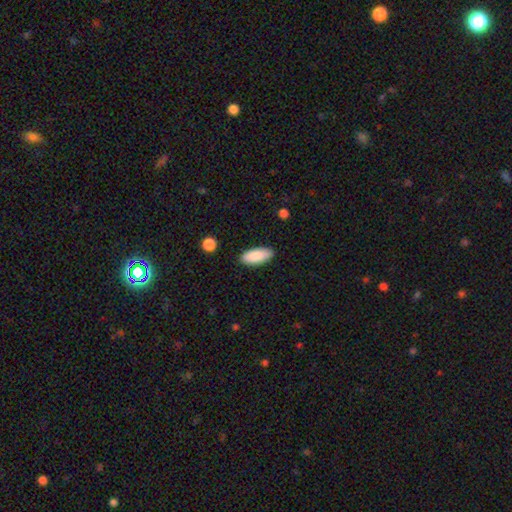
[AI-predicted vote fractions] A smooth galaxy with no disk features (88%) that is in between round and cigar-shaped (83%).

Vote fractions:
- Smooth or featured? smooth: 88% / featured or disk: 6% / star or artifact: 6%
- How rounded? in between: 83% / cigar-shaped: 15% / round: 2%
- Merging? none: 88% / minor disturbance: 9% / major disturbance: 2% / merger: 1%